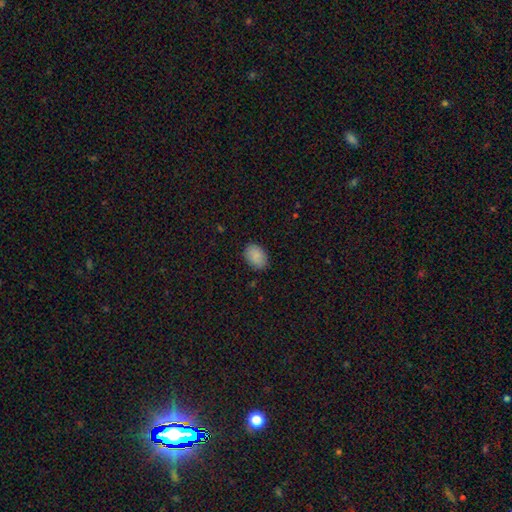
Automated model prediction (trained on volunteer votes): Smooth or featured?
  - smooth: 88% *
  - star or artifact: 8%
  - featured or disk: 4%
How rounded?
  - in between: 80% *
  - round: 19%
  - cigar-shaped: 1%
Merging?
  - none: 85% *
  - minor disturbance: 12%
  - major disturbance: 2%
  - merger: 1%